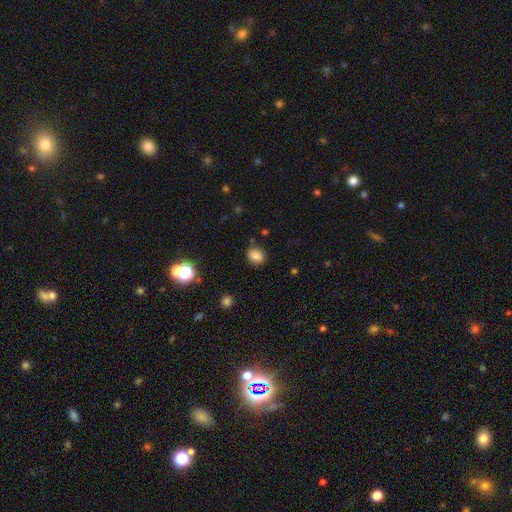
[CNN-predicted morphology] This appears to be a smooth galaxy with no disk features (82%) that is round (62%). Merging: none (86%).